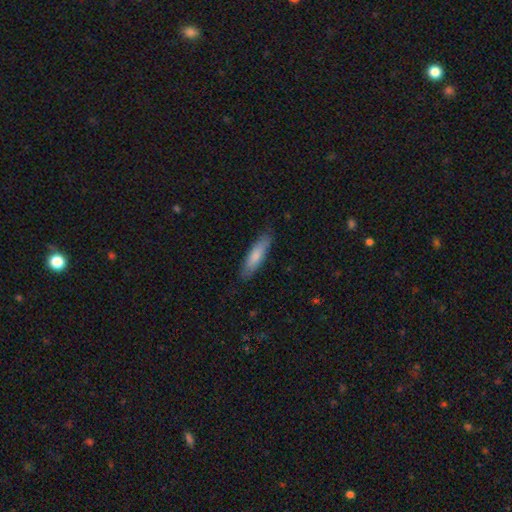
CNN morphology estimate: smooth 78%, featured or disk 17%, star or artifact 5%. Down the decision tree: how rounded — cigar-shaped (65%); merging — none (83%).